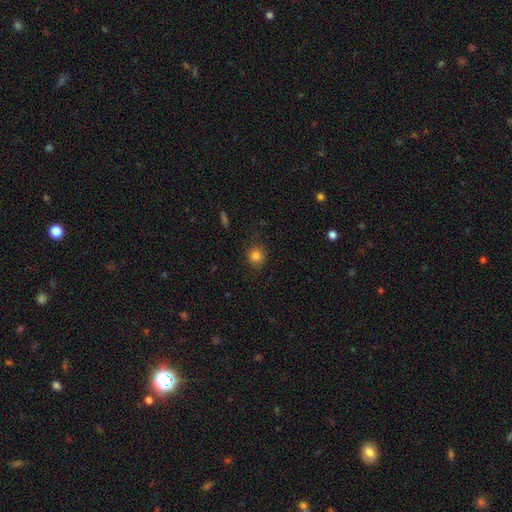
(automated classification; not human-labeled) Q: Smooth or featured?
A: smooth (82%); runner-up: star or artifact (13%)
Q: How rounded?
A: round (88%); runner-up: in between (11%)
Q: Merging?
A: none (85%); runner-up: minor disturbance (11%)